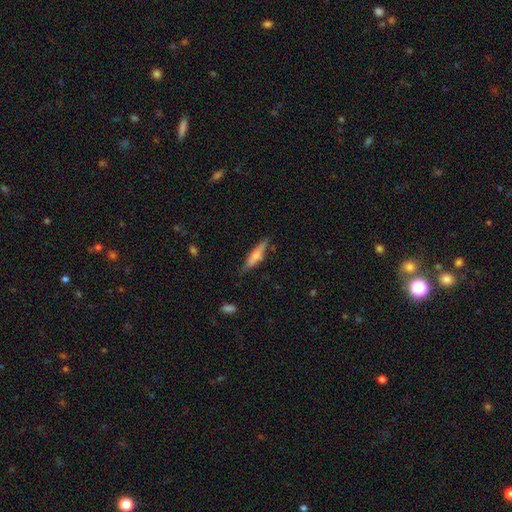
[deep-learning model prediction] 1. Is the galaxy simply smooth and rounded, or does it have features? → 55% smooth, 39% featured or disk, 7% star or artifact.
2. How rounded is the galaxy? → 76% cigar-shaped, 22% in between, 2% round.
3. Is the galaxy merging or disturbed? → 74% none, 19% minor disturbance, 4% major disturbance, 3% merger.